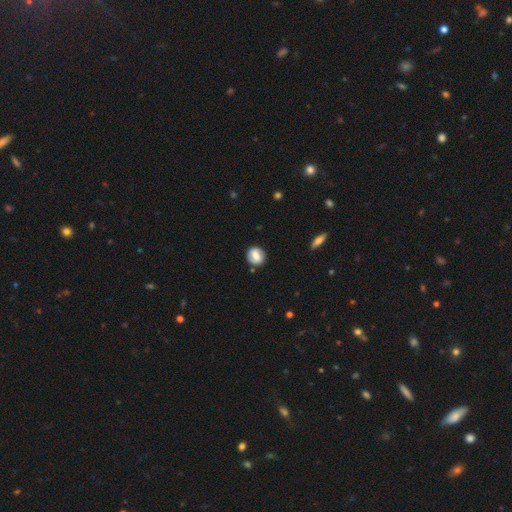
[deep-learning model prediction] smooth-or-featured: smooth: 62% | featured or disk: 30% | star or artifact: 8%
  how-rounded: round: 70% | in between: 29% | cigar-shaped: 2%
  merging: none: 85% | minor disturbance: 11% | major disturbance: 3% | merger: 2%